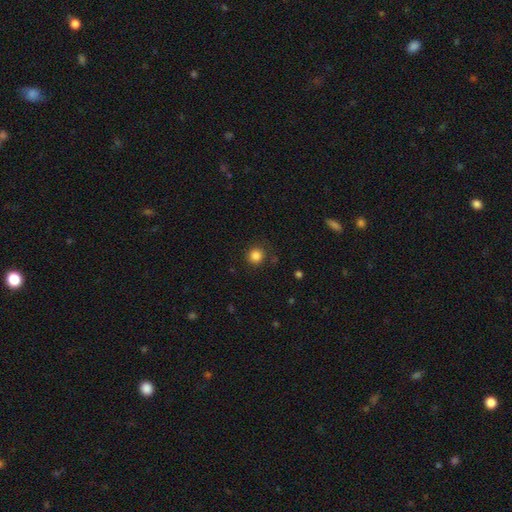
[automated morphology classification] smooth 85%, star or artifact 12%, featured or disk 4%. Down the decision tree: how rounded — round (94%); merging — none (87%).